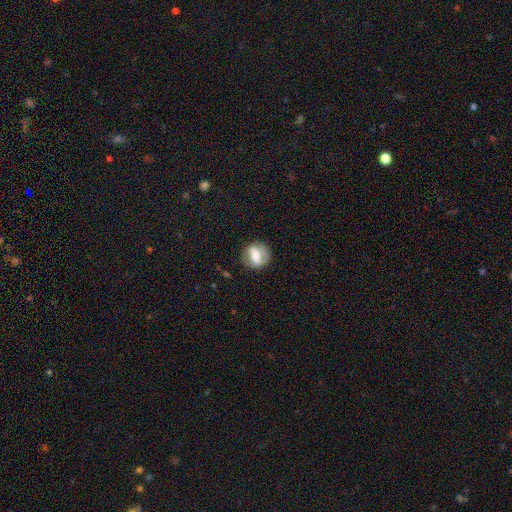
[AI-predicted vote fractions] Smooth or featured? featured or disk (47%)
Merging? none (77%)